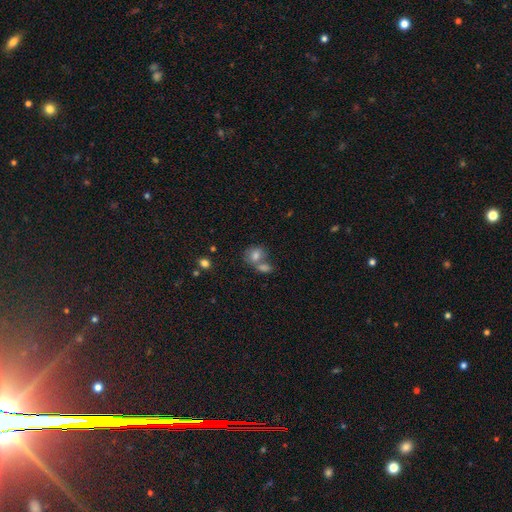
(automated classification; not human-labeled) Smooth or featured? smooth (77%)
How rounded? in between (53%)
Merging? merger (48%)